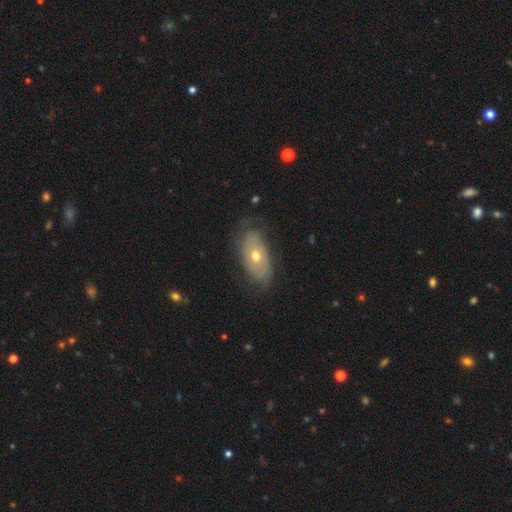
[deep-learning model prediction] This appears to be a featured or disk galaxy (53%). Merging: none (71%).